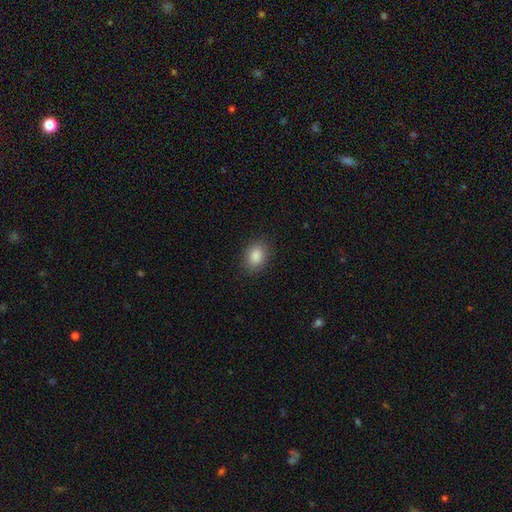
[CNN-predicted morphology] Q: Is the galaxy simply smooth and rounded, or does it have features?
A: smooth — 87%.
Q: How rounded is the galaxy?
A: in between — 72%.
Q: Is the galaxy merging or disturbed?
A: none — 88%.